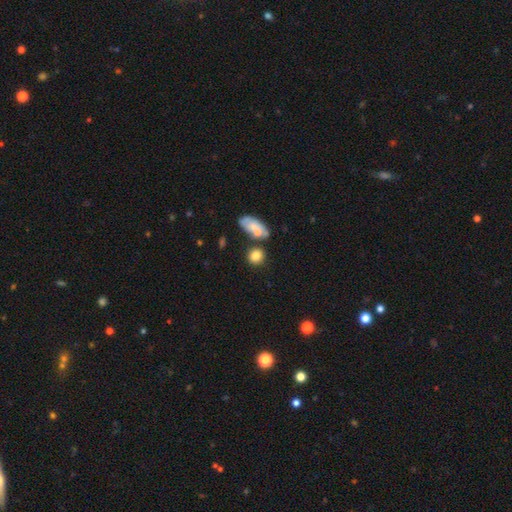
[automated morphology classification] This appears to be a smooth galaxy with no disk features (81%) that is round (73%). Merging: none (65%).